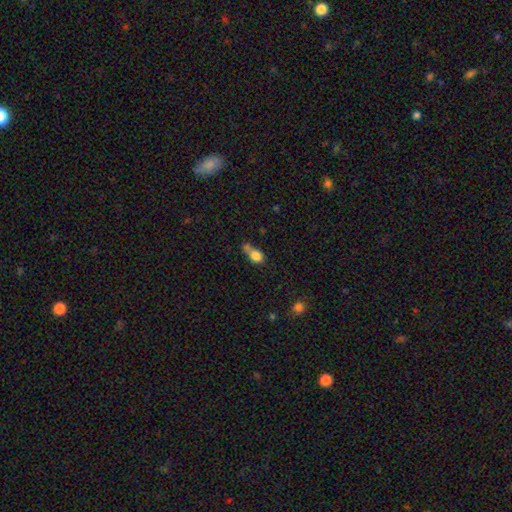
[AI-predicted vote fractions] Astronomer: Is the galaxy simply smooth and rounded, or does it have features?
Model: smooth — 80%.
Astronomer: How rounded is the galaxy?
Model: round — 50% (runner-up: in between, 48%).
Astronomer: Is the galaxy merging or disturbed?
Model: merger — 45% (runner-up: none, 33%).